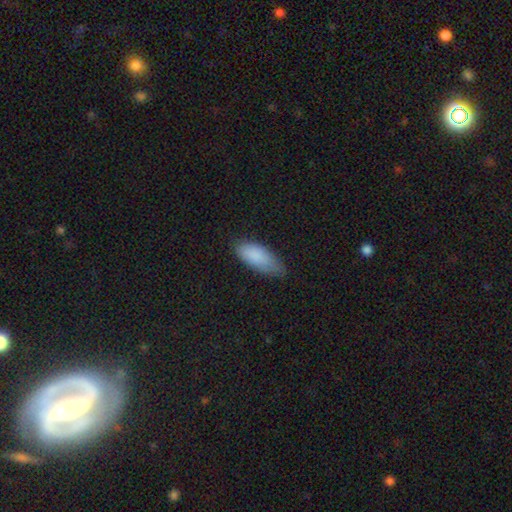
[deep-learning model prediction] Smooth or featured? smooth (87%)
How rounded? in between (80%)
Merging? none (62%)